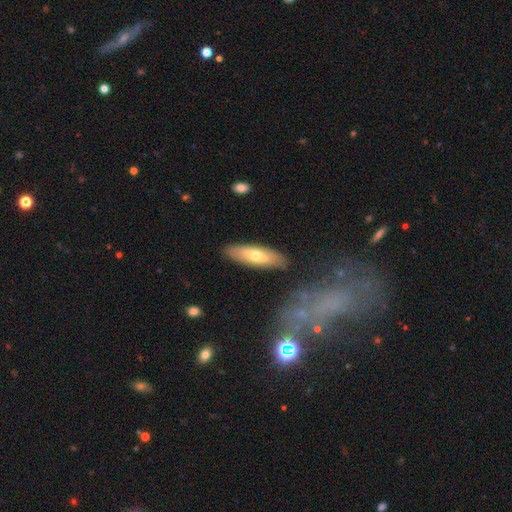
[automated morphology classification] type=smooth (53%); roundness=cigar-shaped (53%); merging=none (86%).